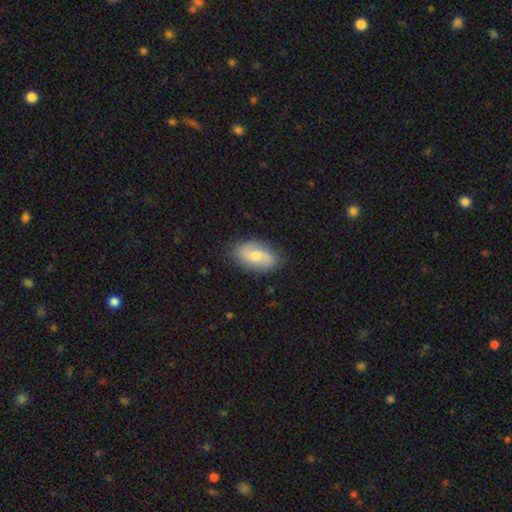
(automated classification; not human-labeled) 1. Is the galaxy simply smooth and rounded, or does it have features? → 49% smooth, 45% featured or disk, 6% star or artifact.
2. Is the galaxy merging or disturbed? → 82% none, 13% minor disturbance, 3% major disturbance, 1% merger.